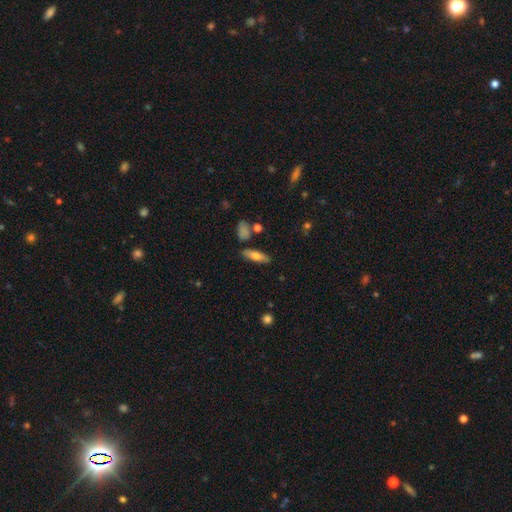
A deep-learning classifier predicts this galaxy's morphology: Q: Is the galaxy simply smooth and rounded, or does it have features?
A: smooth — 68%.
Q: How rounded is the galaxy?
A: in between — 50%.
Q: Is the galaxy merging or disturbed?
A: none — 81%.